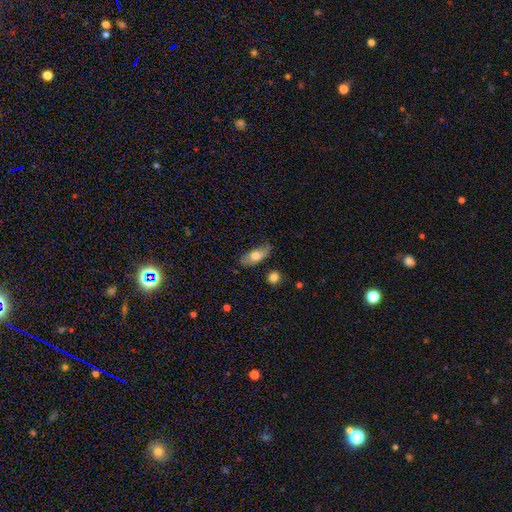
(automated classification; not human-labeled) Smooth or featured: smooth — 64% (featured or disk — 29%)
How rounded: in between — 80% (cigar-shaped — 15%)
Merging: none — 58% (minor disturbance — 30%)